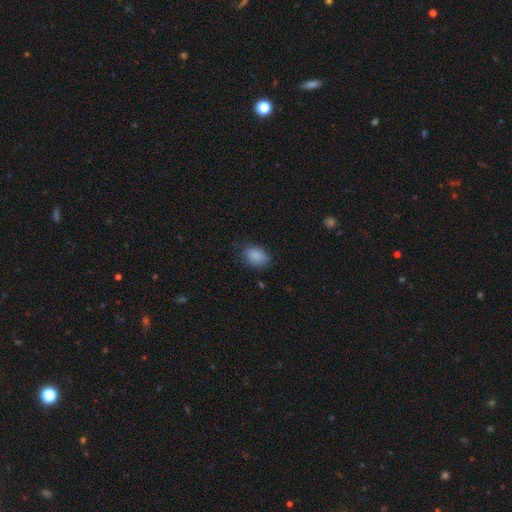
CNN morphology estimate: Smooth or featured?
  - smooth: 86% *
  - star or artifact: 7%
  - featured or disk: 6%
How rounded?
  - in between: 82% *
  - round: 17%
  - cigar-shaped: 1%
Merging?
  - none: 69% *
  - minor disturbance: 24%
  - major disturbance: 6%
  - merger: 1%